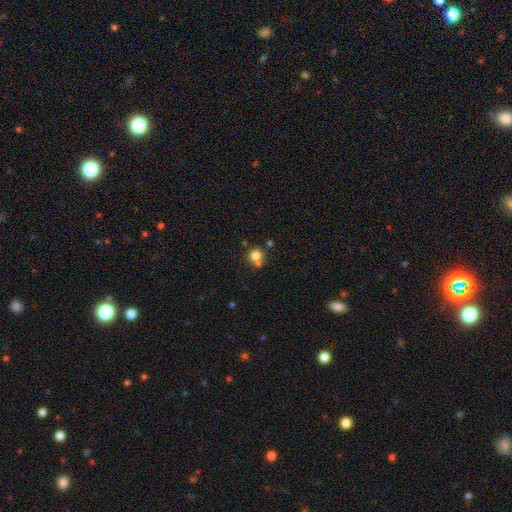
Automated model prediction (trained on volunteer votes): This is likely a smooth galaxy (77%). How rounded: clearly round (90%). Merging: possibly none (56%).